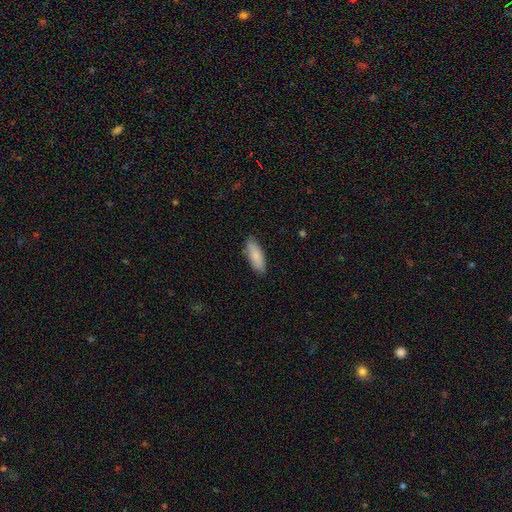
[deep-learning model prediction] Overall: smooth (85%). How rounded: in between (71%). Merging: none (86%).